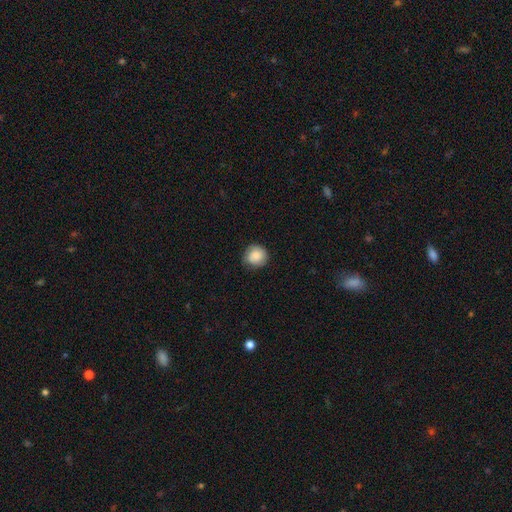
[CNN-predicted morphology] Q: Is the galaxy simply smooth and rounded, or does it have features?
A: smooth — 85%.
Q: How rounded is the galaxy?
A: round — 91%.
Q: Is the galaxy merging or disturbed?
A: none — 82%.